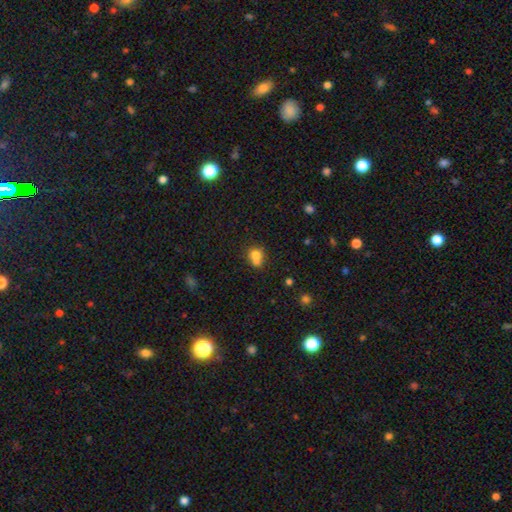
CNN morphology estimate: type=smooth (75%); roundness=round (69%); merging=merger (40%, tied with none).